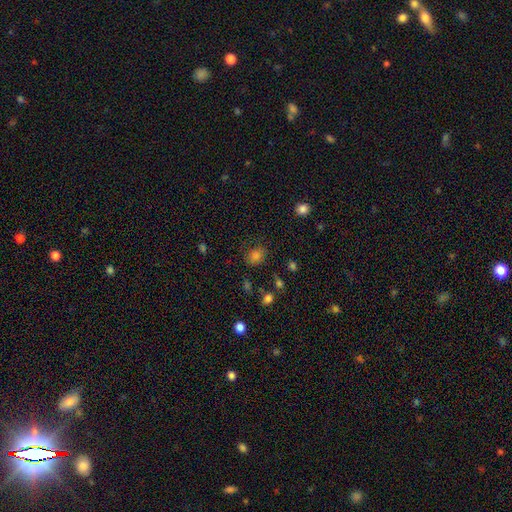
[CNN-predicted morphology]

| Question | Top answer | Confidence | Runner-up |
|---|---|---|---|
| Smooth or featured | smooth | 78% | star or artifact (16%) |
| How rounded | round | 50% | in between (49%) |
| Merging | none | 76% | minor disturbance (16%) |